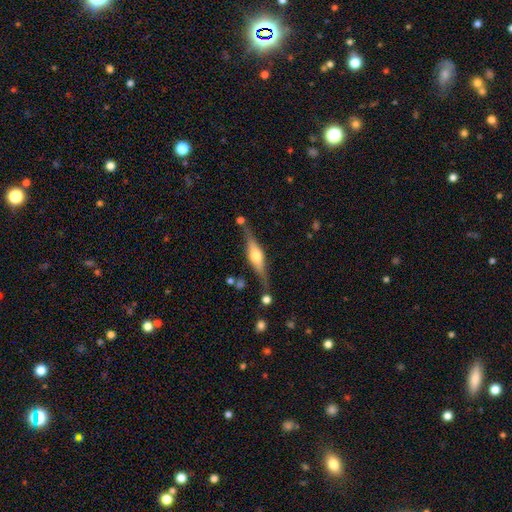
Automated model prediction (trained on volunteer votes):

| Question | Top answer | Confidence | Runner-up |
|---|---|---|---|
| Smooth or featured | featured or disk | 75% | smooth (19%) |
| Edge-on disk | yes | 96% | no (4%) |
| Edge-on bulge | rounded | 90% | boxy (8%) |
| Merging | none | 78% | minor disturbance (13%) |